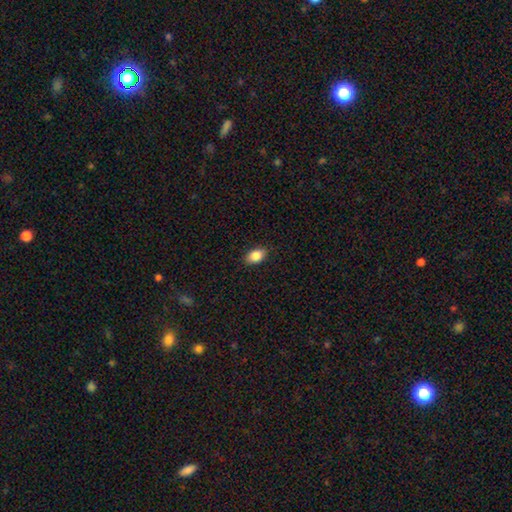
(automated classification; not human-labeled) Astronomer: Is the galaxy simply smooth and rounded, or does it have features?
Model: smooth — 86%.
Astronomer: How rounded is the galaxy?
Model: in between — 88%.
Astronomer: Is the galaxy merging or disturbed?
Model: none — 87%.